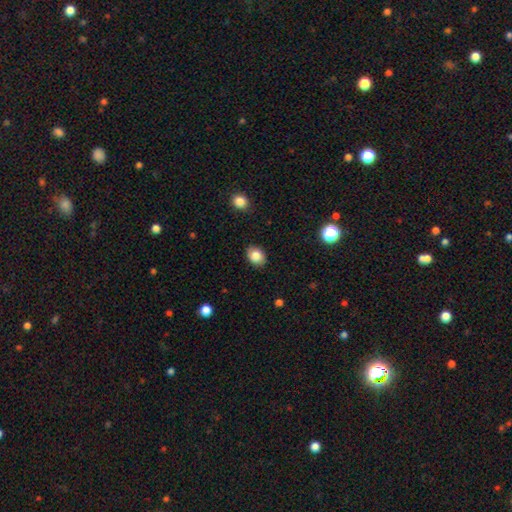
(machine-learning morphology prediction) Smooth or featured: smooth — 84% (star or artifact — 9%)
How rounded: in between — 60% (round — 40%)
Merging: none — 87% (minor disturbance — 10%)